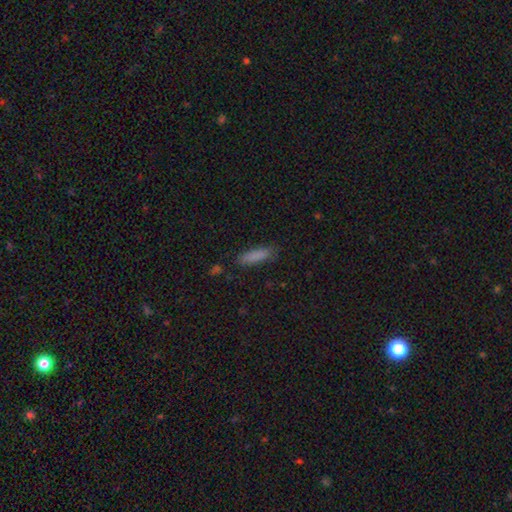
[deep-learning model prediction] smooth 85%, star or artifact 8%, featured or disk 7%. Down the decision tree: how rounded — cigar-shaped (65%); merging — none (82%).